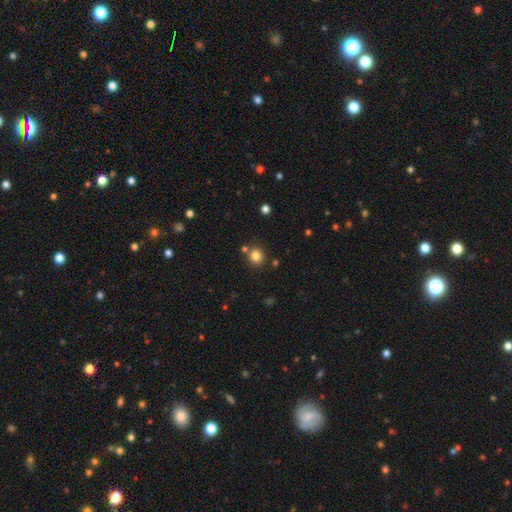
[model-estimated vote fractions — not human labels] This appears to be a smooth galaxy with no disk features (82%) that is round (87%). Merging: none (78%).